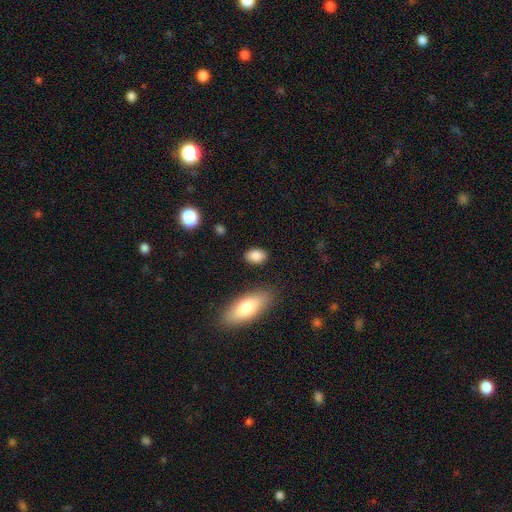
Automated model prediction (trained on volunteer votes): Smooth or featured? smooth (86%)
How rounded? in between (83%)
Merging? none (85%)